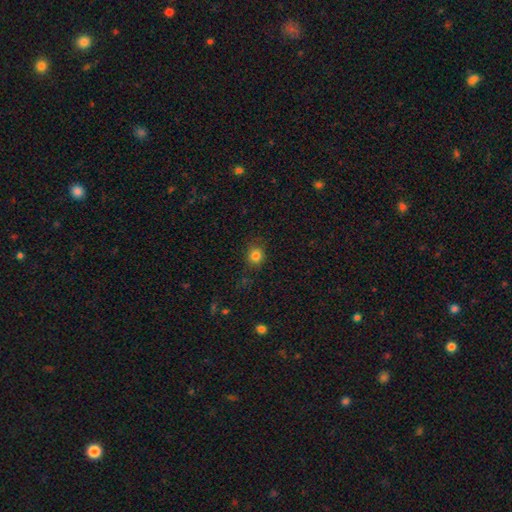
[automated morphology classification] Smooth or featured?
  - smooth: 81% *
  - star or artifact: 13%
  - featured or disk: 6%
How rounded?
  - round: 78% *
  - in between: 21%
  - cigar-shaped: 1%
Merging?
  - none: 84% *
  - minor disturbance: 11%
  - major disturbance: 3%
  - merger: 1%